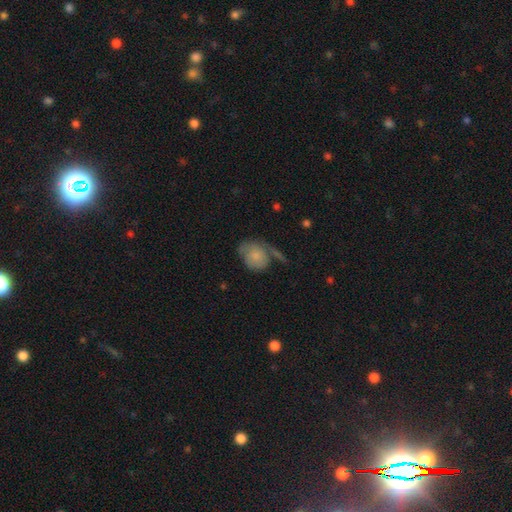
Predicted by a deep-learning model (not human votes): This is likely a smooth galaxy (72%). How rounded: possibly round (50%). Merging: marginally none (41%).